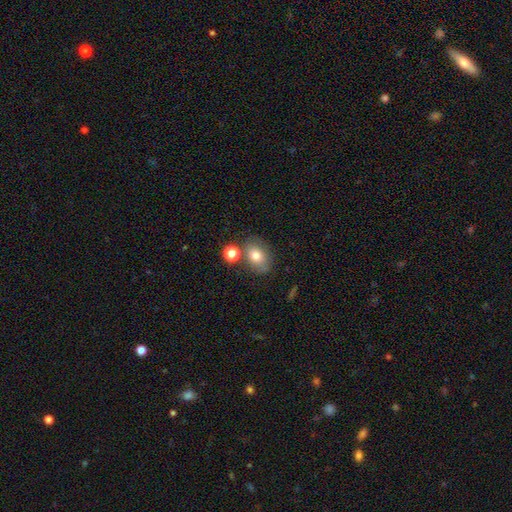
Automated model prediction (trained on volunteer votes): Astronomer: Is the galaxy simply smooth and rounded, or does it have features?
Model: smooth — 76%.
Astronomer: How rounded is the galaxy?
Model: in between — 69%.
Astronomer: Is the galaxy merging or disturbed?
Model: none — 66%.